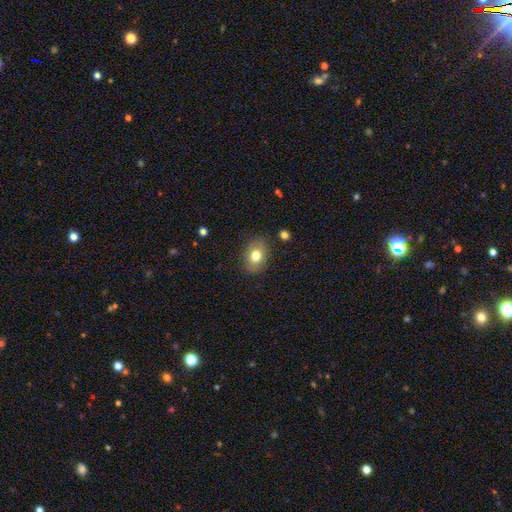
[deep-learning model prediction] A smooth galaxy with no disk features (75%) that is in between round and cigar-shaped (71%).

Vote fractions:
- Smooth or featured? smooth: 75% / featured or disk: 16% / star or artifact: 9%
- How rounded? in between: 71% / round: 28% / cigar-shaped: 1%
- Merging? none: 84% / minor disturbance: 11% / major disturbance: 3% / merger: 1%